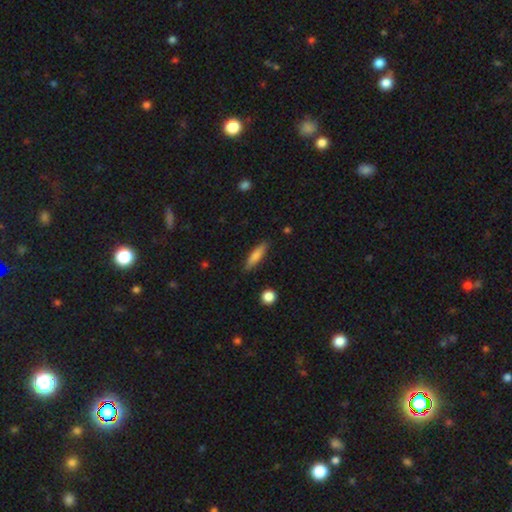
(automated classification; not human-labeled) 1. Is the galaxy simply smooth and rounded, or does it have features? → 73% smooth, 21% featured or disk, 6% star or artifact.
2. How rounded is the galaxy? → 78% cigar-shaped, 20% in between, 2% round.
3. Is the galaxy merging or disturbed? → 87% none, 9% minor disturbance, 2% major disturbance, 1% merger.